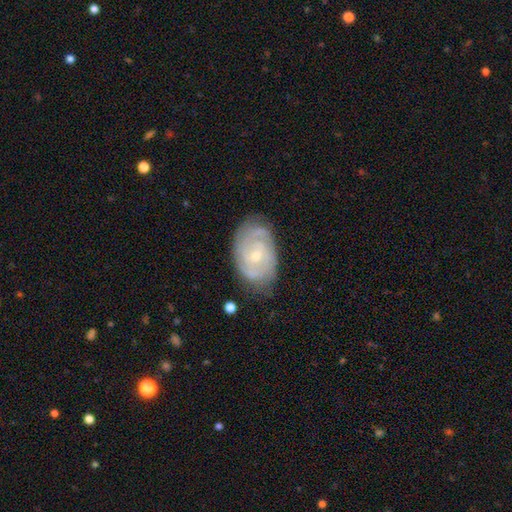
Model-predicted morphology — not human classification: Smooth or featured: featured or disk — 83% (smooth — 11%)
Edge-on disk: no — 96% (yes — 4%)
Bar: no — 69% (weak — 26%)
Spiral arms: yes — 95% (no — 5%)
Spiral winding: tight — 72% (medium — 24%)
Spiral arm count: 2 — 34% (can't tell — 29%)
Bulge size: small — 62% (moderate — 35%)
Merging: none — 74% (minor disturbance — 20%)